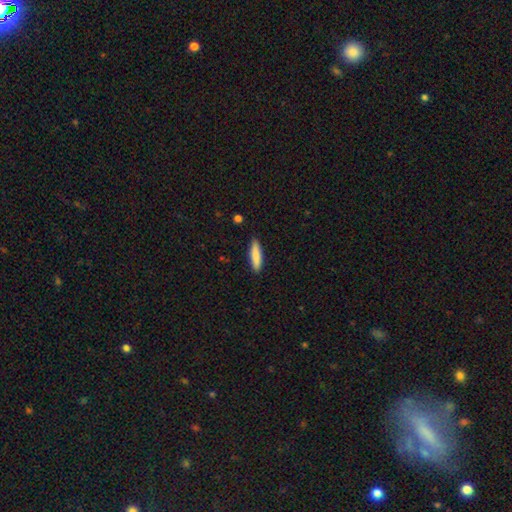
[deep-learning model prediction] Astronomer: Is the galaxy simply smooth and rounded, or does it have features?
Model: smooth — 85%.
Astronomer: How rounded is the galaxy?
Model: cigar-shaped — 78%.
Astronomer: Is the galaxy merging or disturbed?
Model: none — 90%.